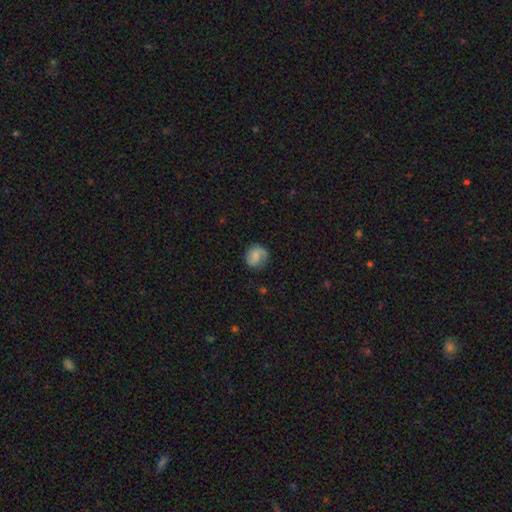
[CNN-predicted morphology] A smooth galaxy with no disk features (59%) that is round (74%).

Vote fractions:
- Smooth or featured? smooth: 59% / featured or disk: 33% / star or artifact: 8%
- How rounded? round: 74% / in between: 25% / cigar-shaped: 1%
- Merging? none: 69% / minor disturbance: 21% / major disturbance: 8% / merger: 1%